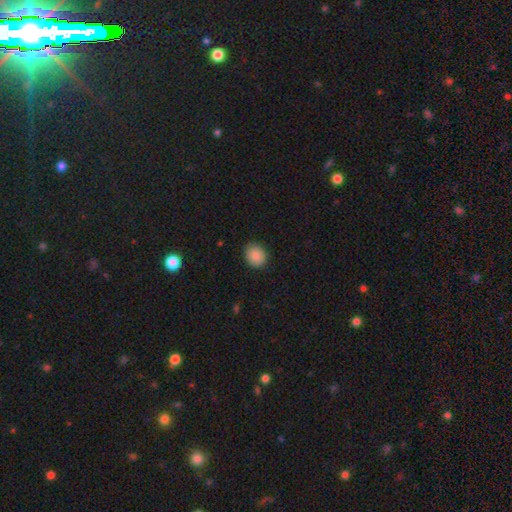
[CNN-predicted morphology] This is clearly a smooth galaxy (88%). How rounded: likely round (74%). Merging: clearly none (88%).